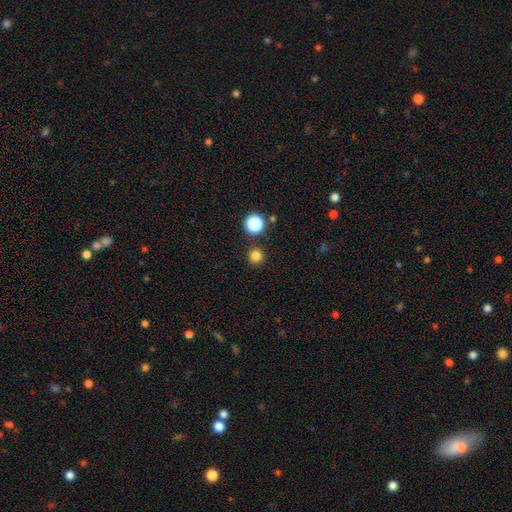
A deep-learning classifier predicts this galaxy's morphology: This appears to be a smooth galaxy with no disk features (80%) that is round (96%). Merging: none (91%).